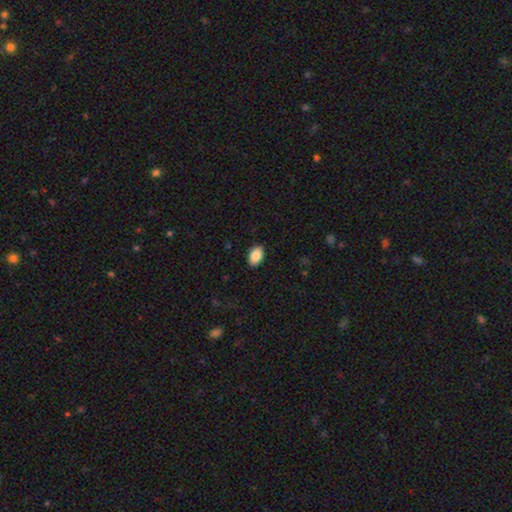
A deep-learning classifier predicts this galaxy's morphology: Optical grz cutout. It shows a smooth galaxy with no disk features (88%) that is in between round and cigar-shaped (92%). Merging: none (89%).